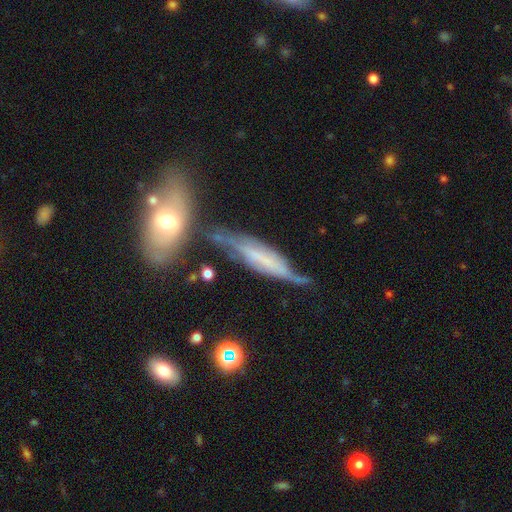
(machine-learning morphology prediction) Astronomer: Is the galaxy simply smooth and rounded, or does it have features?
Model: featured or disk — 55% (runner-up: smooth, 34%).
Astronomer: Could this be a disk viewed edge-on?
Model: yes — 59% (runner-up: no, 41%).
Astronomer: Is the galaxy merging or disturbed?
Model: none — 59%.